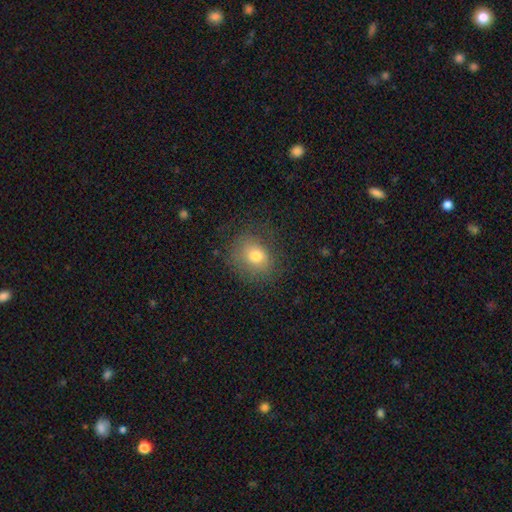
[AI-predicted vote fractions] smooth 72%, featured or disk 15%, star or artifact 13%. Down the decision tree: how rounded — round (63%); merging — none (73%).